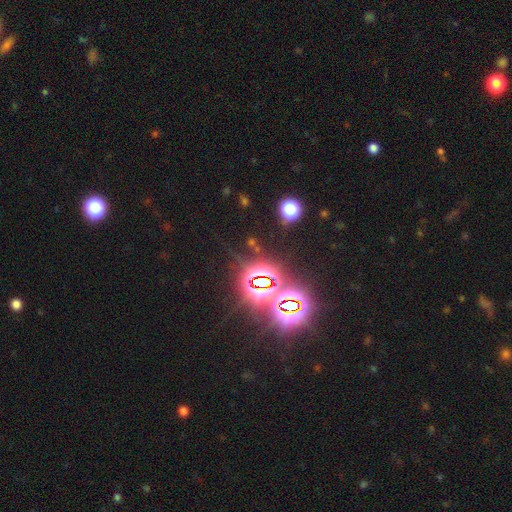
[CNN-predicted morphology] type=star or artifact (79%).